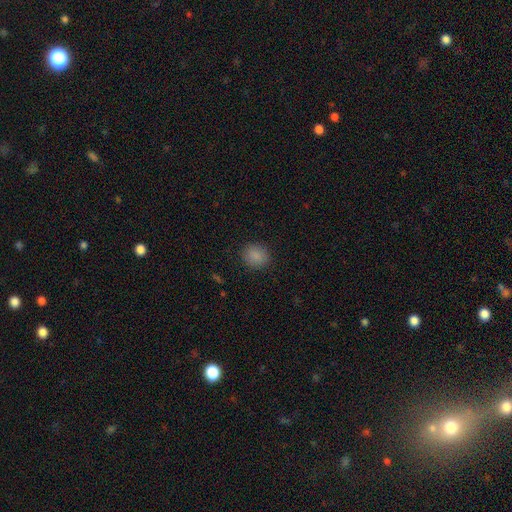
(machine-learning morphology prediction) The model was most divided on "how rounded": round: 74%, in between: 25%, cigar-shaped: 1%. More confident: merging — none (89%); smooth or featured — smooth (87%).